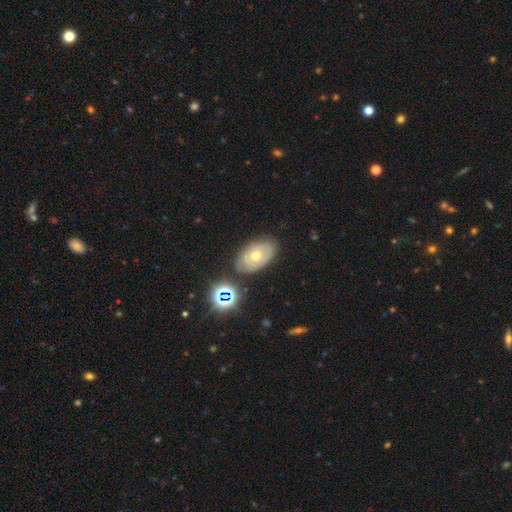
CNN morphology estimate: Smooth or featured: featured or disk — 46% (smooth — 42%)
Merging: none — 77% (minor disturbance — 15%)